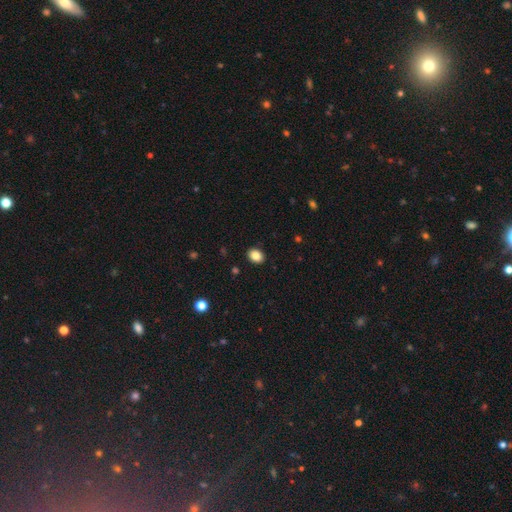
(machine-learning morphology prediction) smooth 85%, star or artifact 9%, featured or disk 5%. Down the decision tree: how rounded — in between (56%); merging — none (91%).